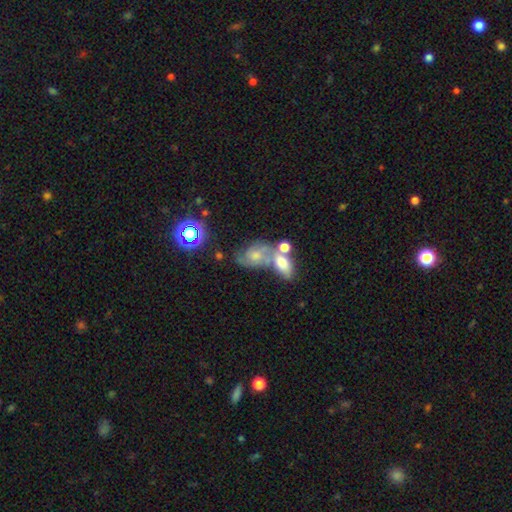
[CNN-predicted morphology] Overall: featured or disk (51%; smooth 35%). Edge-on disk: no (95%). Merging: merger (46%; none 26%).